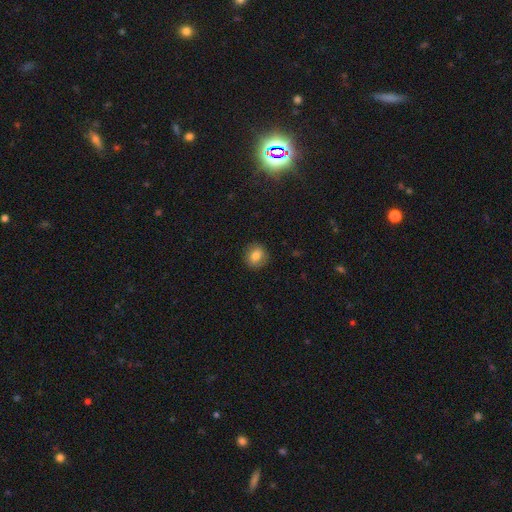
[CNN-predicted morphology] type=smooth (79%); roundness=round (80%); merging=none (88%).